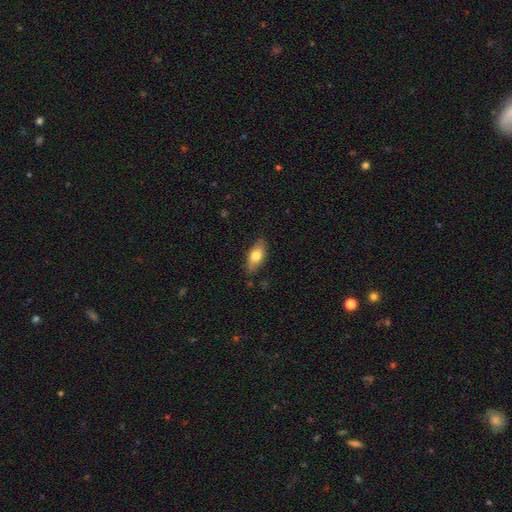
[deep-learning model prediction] The model was most divided on "smooth or featured": smooth: 74%, featured or disk: 20%, star or artifact: 7%. More confident: how rounded — in between (84%); merging — none (81%).